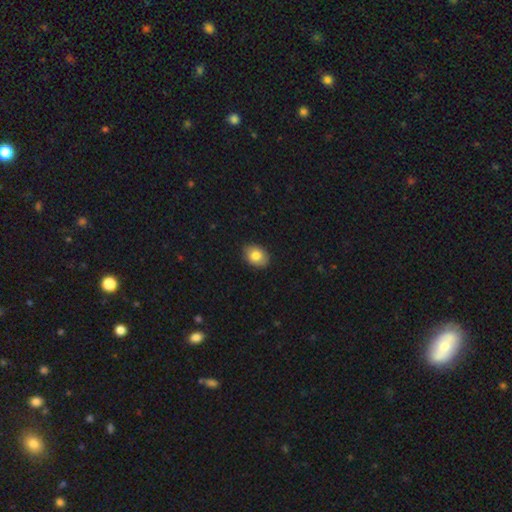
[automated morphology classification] Q: Smooth or featured?
A: smooth (82%); runner-up: featured or disk (10%)
Q: How rounded?
A: in between (67%); runner-up: round (32%)
Q: Merging?
A: none (88%); runner-up: minor disturbance (9%)